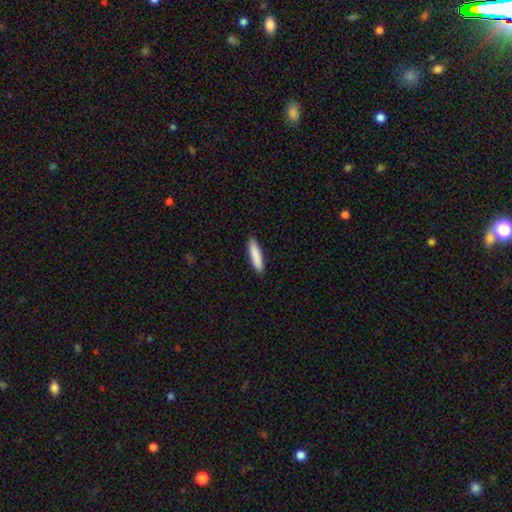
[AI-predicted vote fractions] smooth_or_featured: smooth (p=0.88) [alt: featured or disk p=0.07]
how_rounded: cigar-shaped (p=0.78) [alt: in between p=0.21]
merging: none (p=0.90) [alt: minor disturbance p=0.07]